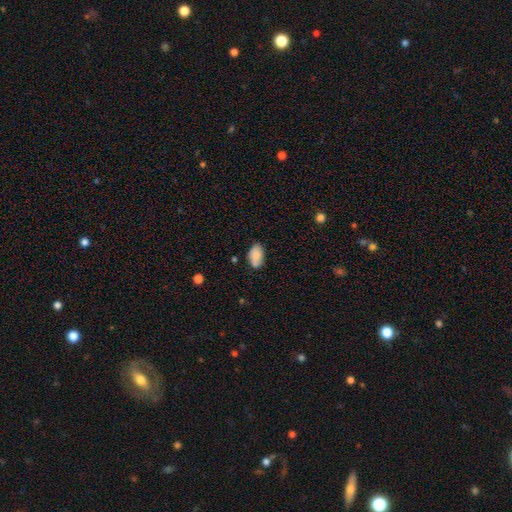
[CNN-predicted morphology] smooth-or-featured: smooth: 83% | featured or disk: 10% | star or artifact: 7%
  how-rounded: in between: 93% | round: 5% | cigar-shaped: 2%
  merging: none: 71% | minor disturbance: 21% | merger: 4% | major disturbance: 4%